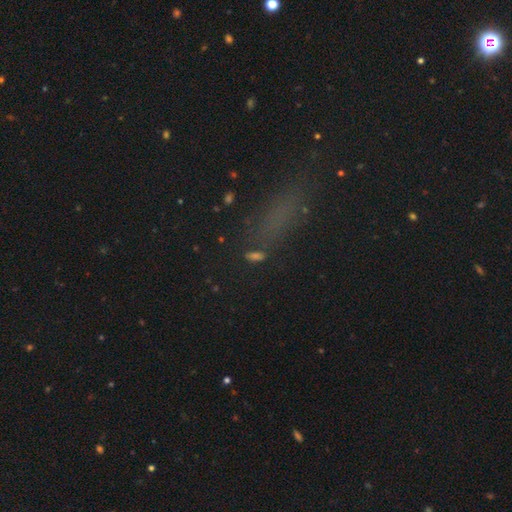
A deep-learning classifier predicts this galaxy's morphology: Smooth or featured? Predicted: smooth (p=0.48). Merging? Predicted: none (p=0.54).